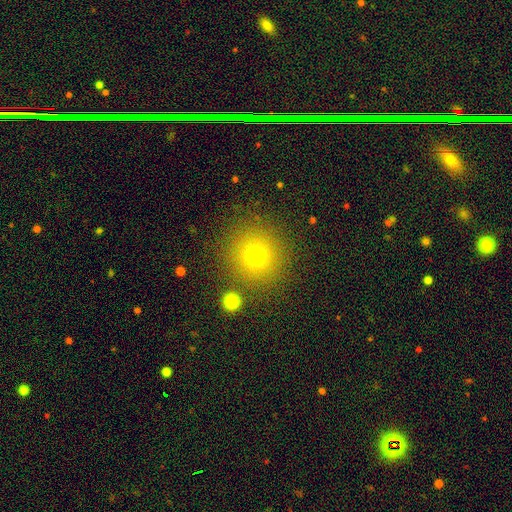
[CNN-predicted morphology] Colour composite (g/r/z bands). It shows a smooth galaxy with no disk features (73%) that is round (94%). Merging: none (87%).